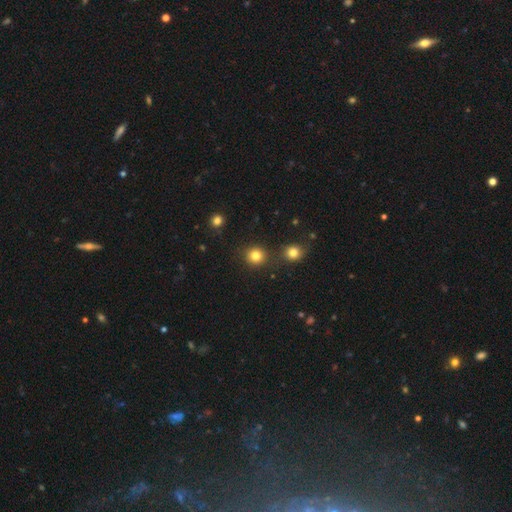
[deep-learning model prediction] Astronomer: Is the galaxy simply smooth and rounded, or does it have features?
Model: smooth — 82%.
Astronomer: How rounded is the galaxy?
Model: round — 91%.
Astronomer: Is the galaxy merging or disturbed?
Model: none — 84%.